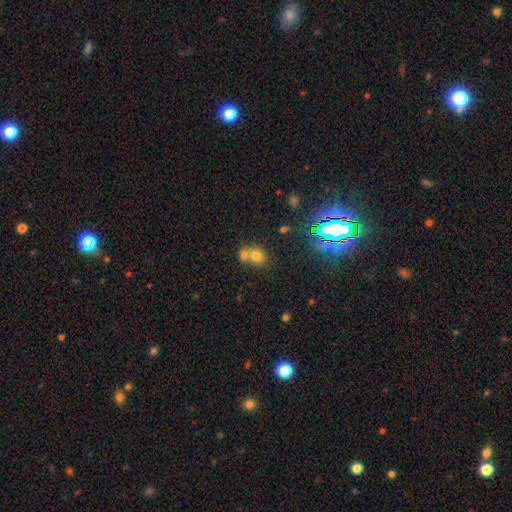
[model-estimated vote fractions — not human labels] Morphology: type=smooth (72%); roundness=round (67%); merging=merger (53%).